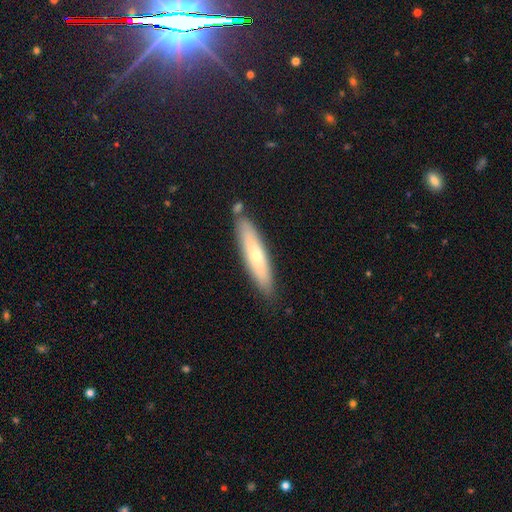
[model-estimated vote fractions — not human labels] smooth-or-featured: smooth: 57% | featured or disk: 37% | star or artifact: 6%
  how-rounded: cigar-shaped: 83% | in between: 16% | round: 1%
  merging: none: 79% | minor disturbance: 11% | merger: 7% | major disturbance: 2%